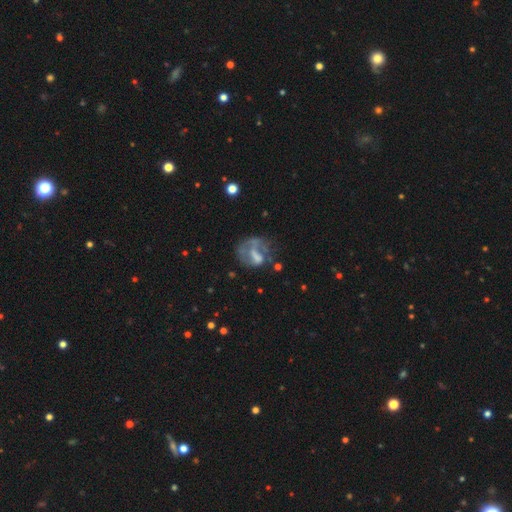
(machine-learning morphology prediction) Q: Smooth or featured?
A: featured or disk (53%); runner-up: smooth (36%)
Q: Edge-on disk?
A: no (97%); runner-up: yes (3%)
Q: Bar?
A: no (61%); runner-up: weak (27%)
Q: Spiral arms?
A: no (70%); runner-up: yes (30%)
Q: Bulge size?
A: none (51%); runner-up: moderate (22%)
Q: Merging?
A: major disturbance (40%); runner-up: none (32%)